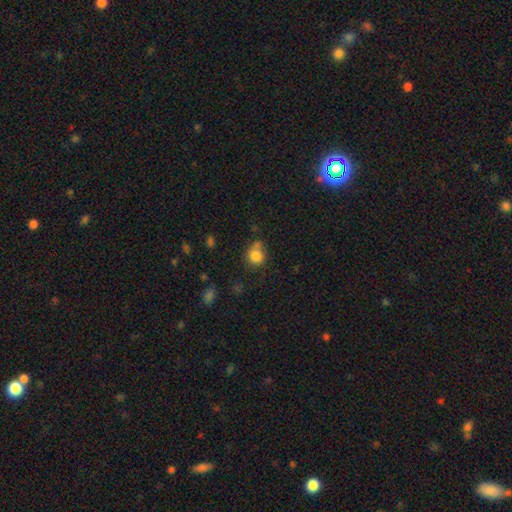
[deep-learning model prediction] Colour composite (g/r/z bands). It shows a smooth galaxy with no disk features (83%) that is round (78%). Merging: none (56%).